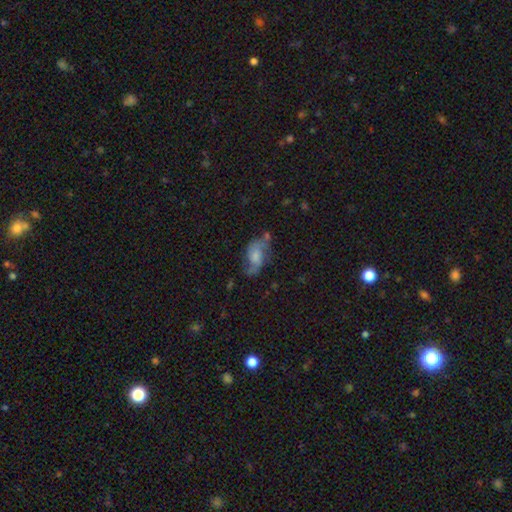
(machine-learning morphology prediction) smooth-or-featured: featured or disk: 50% | smooth: 40% | star or artifact: 9%
  disk-edge-on: no: 95% | yes: 5%
  merging: none: 44% | minor disturbance: 28% | major disturbance: 20% | merger: 8%